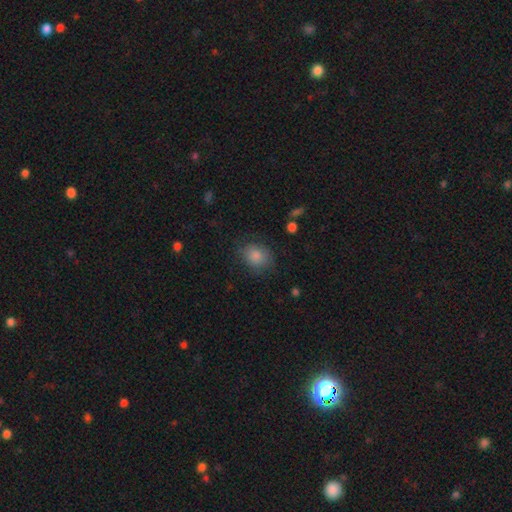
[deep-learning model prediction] Q: Smooth or featured?
A: smooth (80%); runner-up: star or artifact (12%)
Q: How rounded?
A: round (55%); runner-up: in between (44%)
Q: Merging?
A: none (79%); runner-up: minor disturbance (15%)